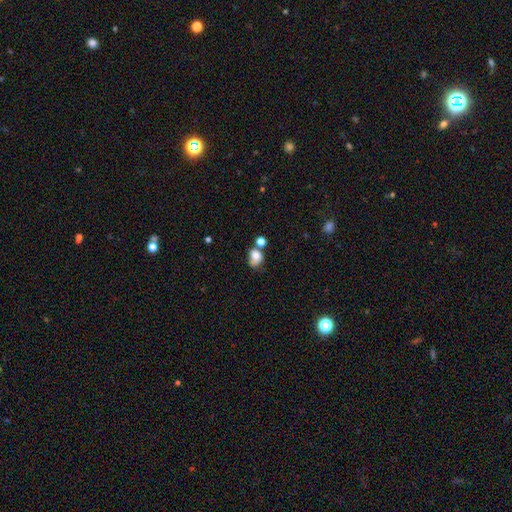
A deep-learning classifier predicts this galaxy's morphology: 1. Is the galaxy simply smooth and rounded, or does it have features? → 75% smooth, 13% featured or disk, 12% star or artifact.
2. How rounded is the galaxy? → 53% in between, 45% round, 1% cigar-shaped.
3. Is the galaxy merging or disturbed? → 34% none, 26% merger, 23% minor disturbance, 16% major disturbance.